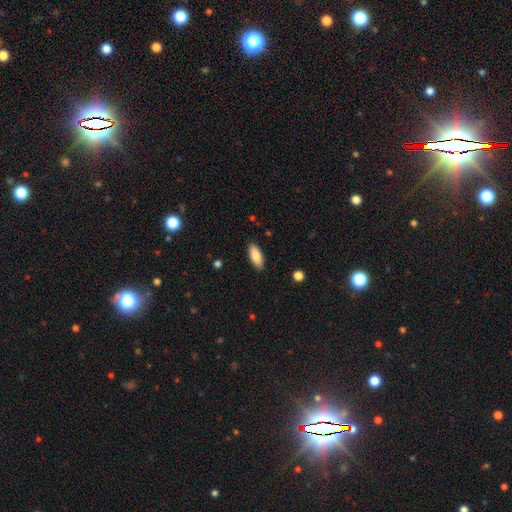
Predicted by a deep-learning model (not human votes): smooth-or-featured: smooth: 87% | featured or disk: 6% | star or artifact: 6%
  how-rounded: in between: 81% | cigar-shaped: 17% | round: 2%
  merging: none: 88% | minor disturbance: 9% | major disturbance: 2% | merger: 1%